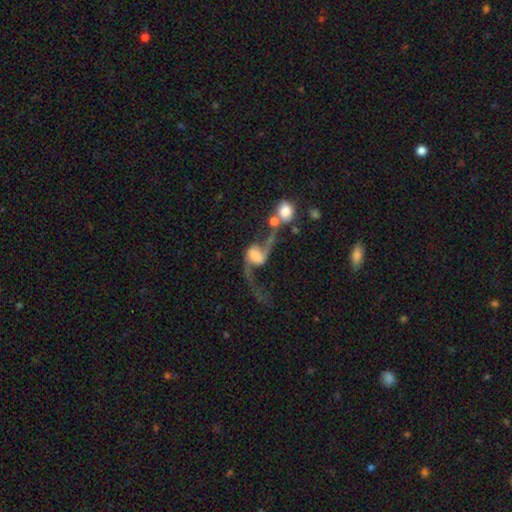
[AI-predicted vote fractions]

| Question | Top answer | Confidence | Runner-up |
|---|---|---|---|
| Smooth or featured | featured or disk | 82% | smooth (11%) |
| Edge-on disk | no | 96% | yes (4%) |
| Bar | no | 42% | weak (39%) |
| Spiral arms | yes | 93% | no (7%) |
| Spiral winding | loose | 92% | medium (6%) |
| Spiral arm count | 2 | 91% | 1 (5%) |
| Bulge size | large | 27% | moderate (24%) |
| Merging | merger | 36% | none (30%) |